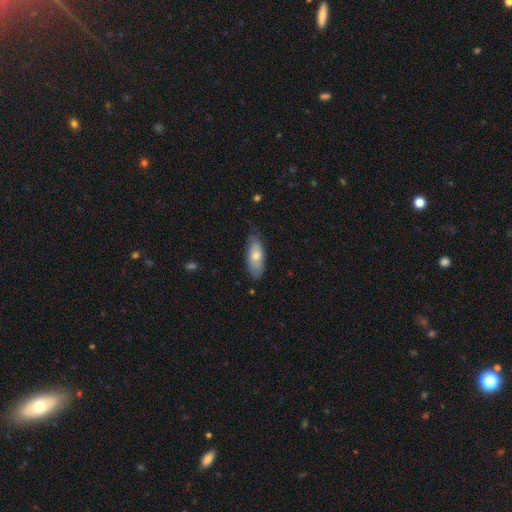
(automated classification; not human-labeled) This is likely a smooth galaxy (64%). How rounded: likely in between (75%). Merging: likely none (75%).